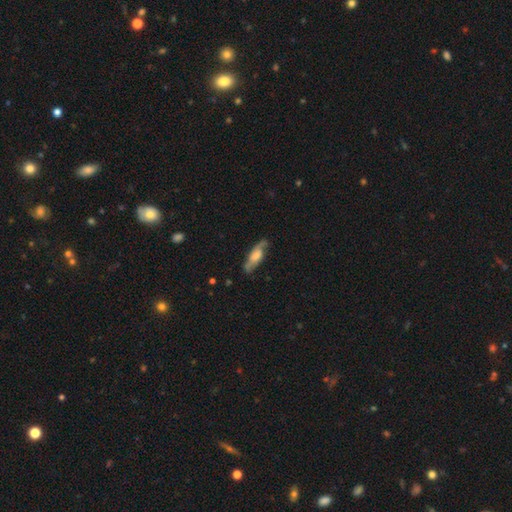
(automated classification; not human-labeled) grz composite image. It shows a featured or disk galaxy (55%). Merging: none (73%).